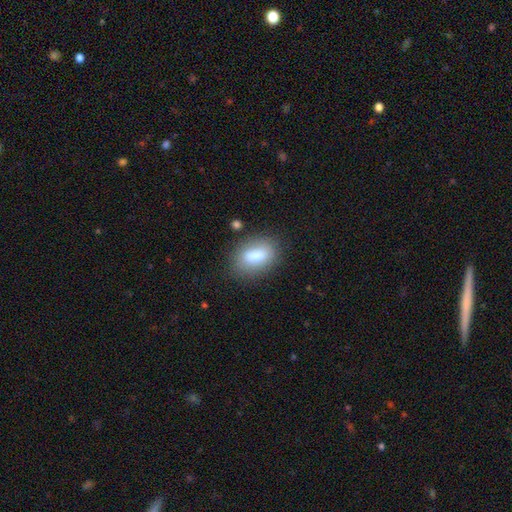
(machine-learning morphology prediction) Overall: smooth (82%). How rounded: in between (86%). Merging: none (77%).